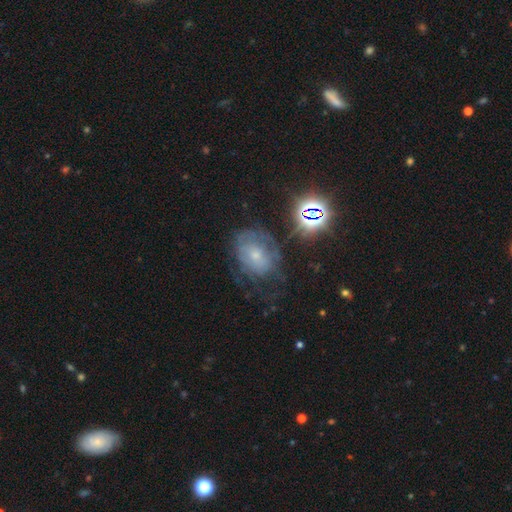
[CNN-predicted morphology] Smooth or featured?
  - featured or disk: 49% *
  - smooth: 31%
  - star or artifact: 20%
Merging?
  - none: 49% *
  - minor disturbance: 26%
  - major disturbance: 22%
  - merger: 3%